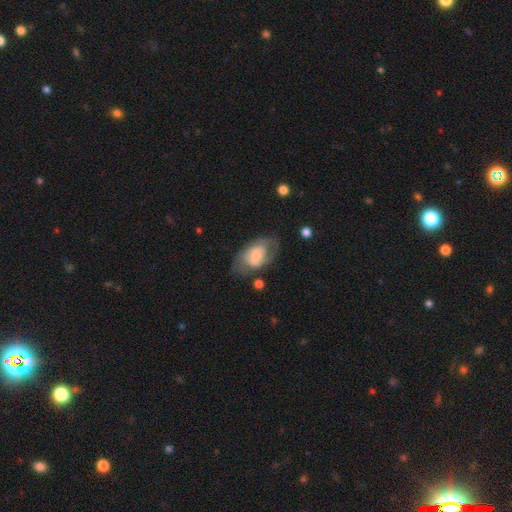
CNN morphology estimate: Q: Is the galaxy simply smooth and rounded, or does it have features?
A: featured or disk — 50%.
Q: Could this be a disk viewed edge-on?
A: no — 94%.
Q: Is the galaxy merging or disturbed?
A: none — 56%.